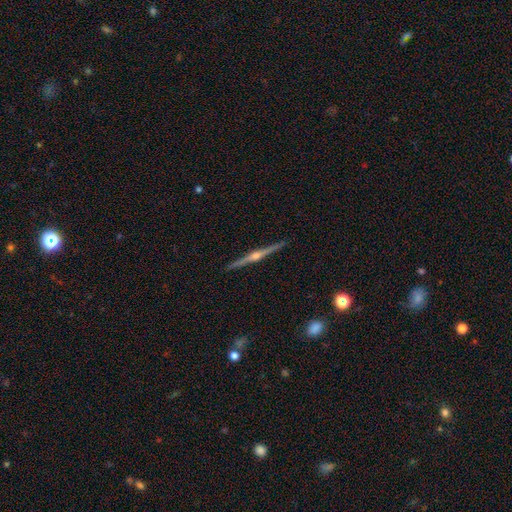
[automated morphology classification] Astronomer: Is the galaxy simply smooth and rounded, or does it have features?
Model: featured or disk — 87%.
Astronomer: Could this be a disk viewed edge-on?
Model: yes — 99%.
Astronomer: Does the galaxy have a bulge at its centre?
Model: rounded — 94%.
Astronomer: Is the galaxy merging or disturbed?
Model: none — 93%.